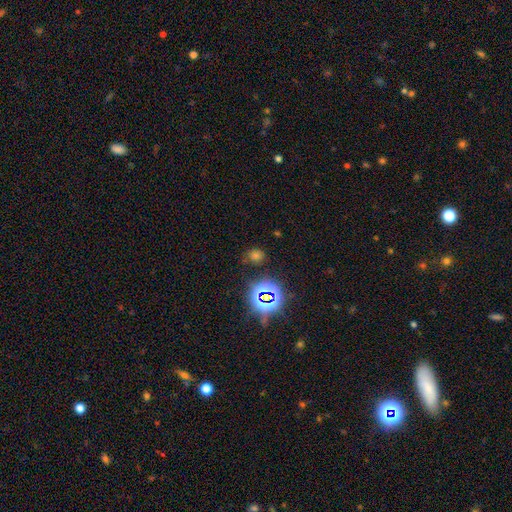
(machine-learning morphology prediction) This appears to be a star or artifact, not a galaxy (47%).